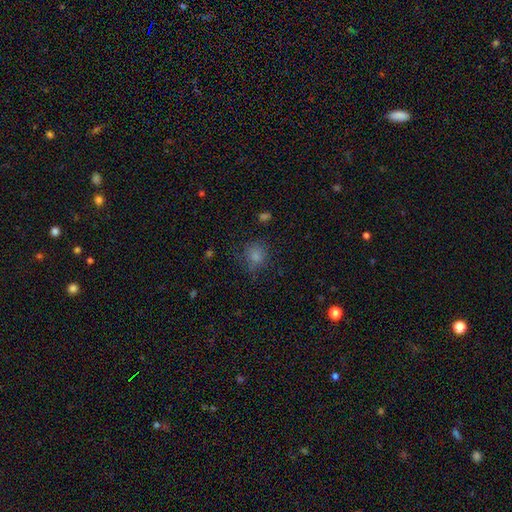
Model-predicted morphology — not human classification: Smooth or featured? Predicted: smooth (p=0.79). How rounded? Predicted: round (p=0.81). Merging? Predicted: none (p=0.70).